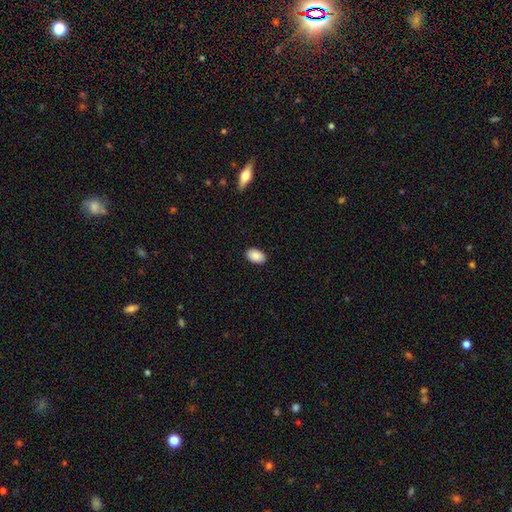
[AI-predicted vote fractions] smooth 89%, star or artifact 7%, featured or disk 4%. Down the decision tree: how rounded — in between (91%); merging — none (90%).